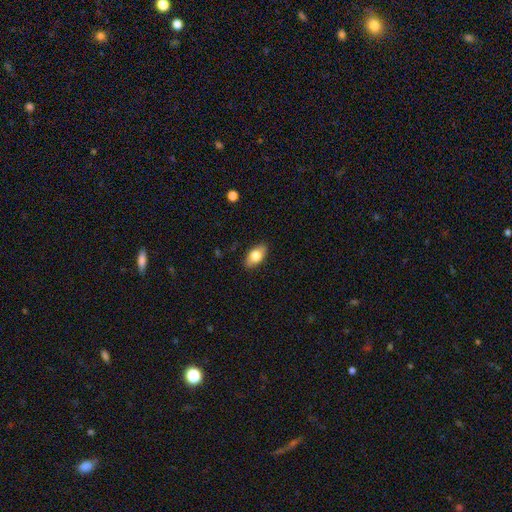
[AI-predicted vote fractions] This appears to be a smooth galaxy with no disk features (76%) that is in between round and cigar-shaped (91%). Merging: none (87%).